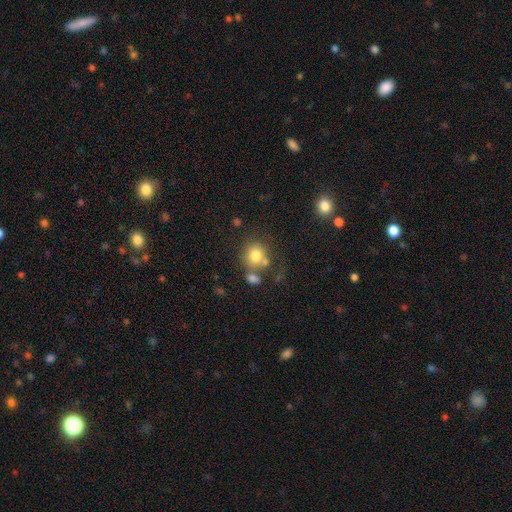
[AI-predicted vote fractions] This appears to be a smooth galaxy with no disk features (76%) that is round (81%). Merging: none (55%).